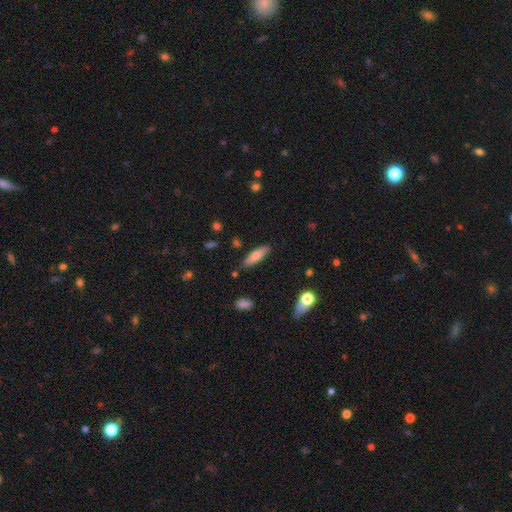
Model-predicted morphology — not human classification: smooth_or_featured: smooth (p=0.74) [alt: featured or disk p=0.19]
how_rounded: cigar-shaped (p=0.57) [alt: in between p=0.41]
merging: none (p=0.84) [alt: minor disturbance p=0.11]